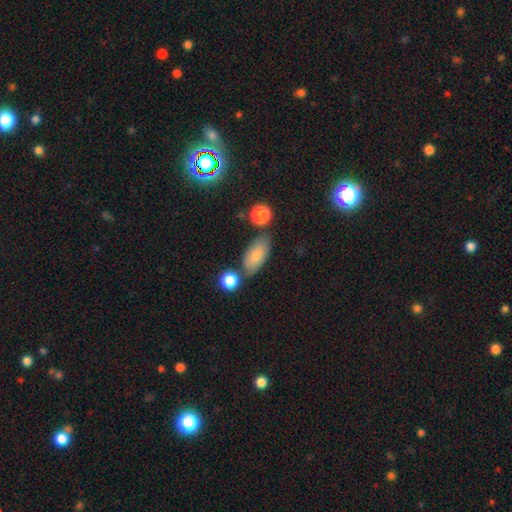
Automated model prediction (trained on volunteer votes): smooth 79%, featured or disk 14%, star or artifact 8%. Down the decision tree: how rounded — in between (90%); merging — none (68%).